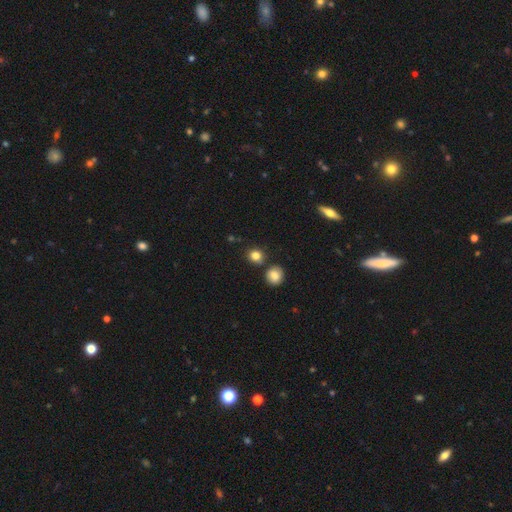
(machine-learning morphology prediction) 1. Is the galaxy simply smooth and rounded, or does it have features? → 83% smooth, 11% star or artifact, 6% featured or disk.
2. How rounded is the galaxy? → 83% round, 16% in between, 1% cigar-shaped.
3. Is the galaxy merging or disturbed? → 77% none, 12% merger, 9% minor disturbance, 2% major disturbance.